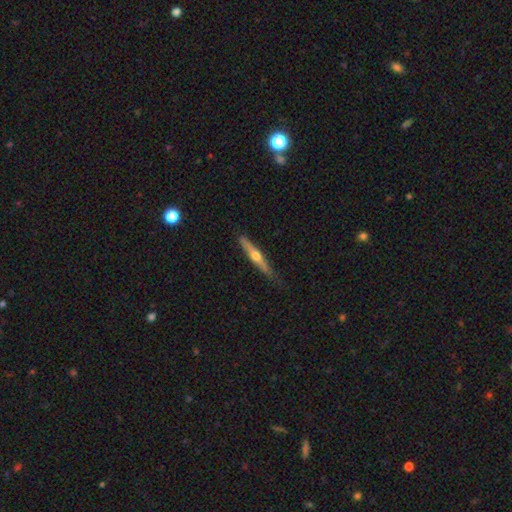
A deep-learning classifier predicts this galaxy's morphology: This is likely a featured or disk galaxy (65%). It is clearly viewed edge-on (97%). Edge-on bulge: clearly rounded (92%). Merging: clearly none (81%).